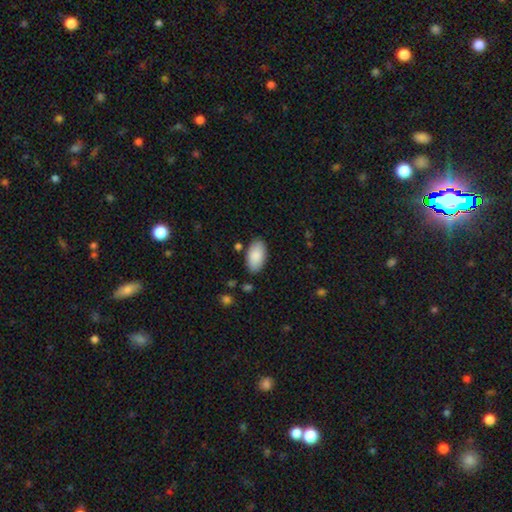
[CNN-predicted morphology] Smooth or featured? Predicted: smooth (p=0.87). How rounded? Predicted: in between (p=0.96). Merging? Predicted: none (p=0.85).